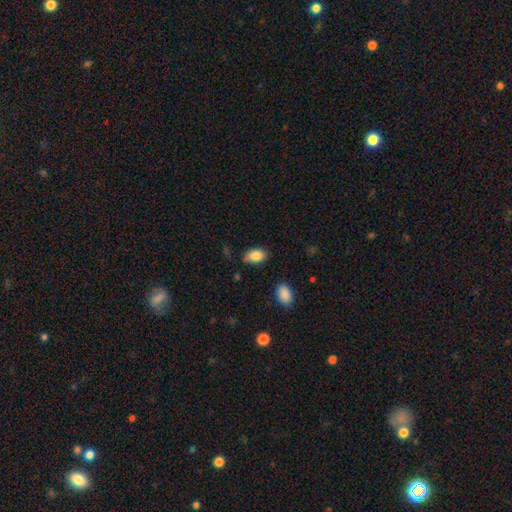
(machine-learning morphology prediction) smooth-or-featured: smooth: 86% | star or artifact: 7% | featured or disk: 6%
  how-rounded: in between: 90% | round: 8% | cigar-shaped: 1%
  merging: none: 73% | minor disturbance: 21% | major disturbance: 4% | merger: 2%